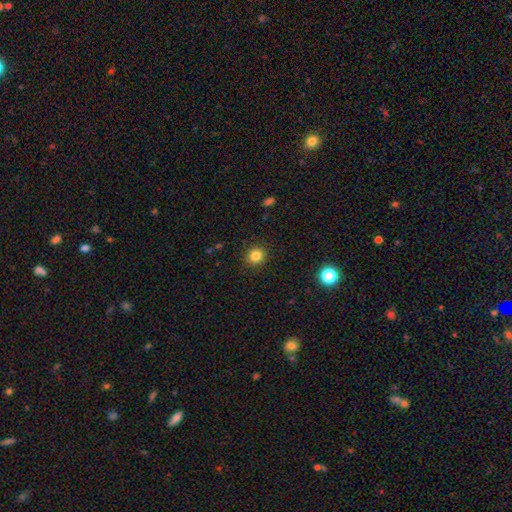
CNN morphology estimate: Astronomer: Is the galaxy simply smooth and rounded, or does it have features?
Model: smooth — 83%.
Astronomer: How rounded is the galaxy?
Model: round — 87%.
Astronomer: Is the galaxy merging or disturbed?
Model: none — 90%.